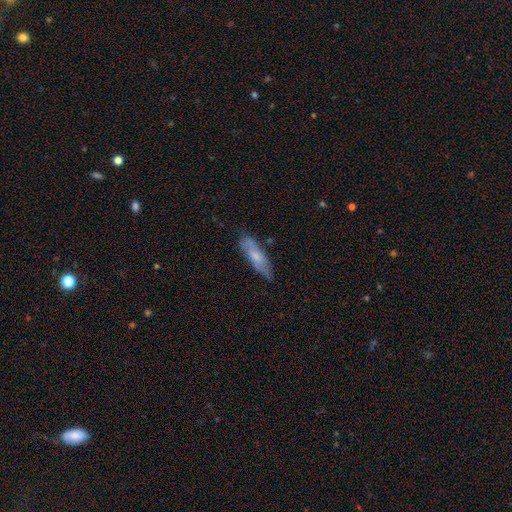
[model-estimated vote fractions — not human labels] Smooth or featured?
  - smooth: 61% *
  - featured or disk: 33%
  - star or artifact: 6%
How rounded?
  - cigar-shaped: 63% *
  - in between: 36%
  - round: 2%
Merging?
  - none: 70% *
  - minor disturbance: 23%
  - major disturbance: 5%
  - merger: 3%